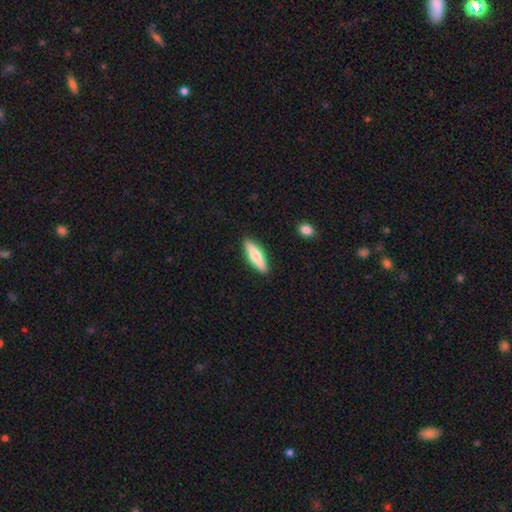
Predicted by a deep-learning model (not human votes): The model was most divided on "smooth or featured": smooth: 56%, featured or disk: 39%, star or artifact: 5%. More confident: merging — none (90%); how rounded — cigar-shaped (68%).